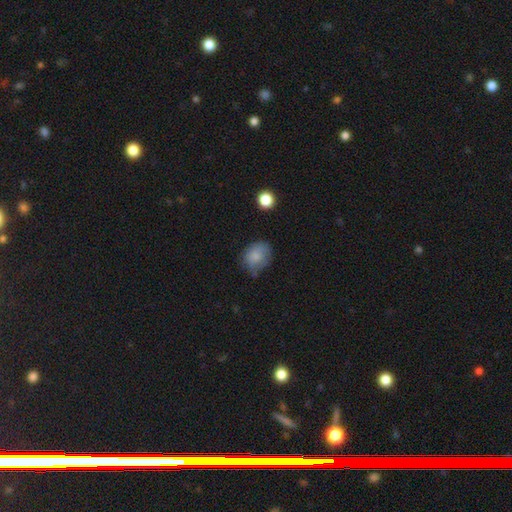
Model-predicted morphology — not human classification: Q: Smooth or featured?
A: smooth (80%); runner-up: featured or disk (12%)
Q: How rounded?
A: in between (53%); runner-up: round (46%)
Q: Merging?
A: none (54%); runner-up: minor disturbance (33%)